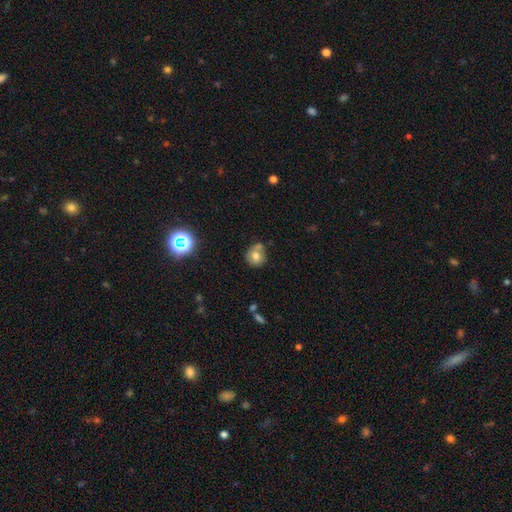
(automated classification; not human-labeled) A smooth galaxy with no disk features (70%) that is round (84%).

Vote fractions:
- Smooth or featured? smooth: 70% / featured or disk: 17% / star or artifact: 13%
- How rounded? round: 84% / in between: 15% / cigar-shaped: 1%
- Merging? none: 56% / merger: 20% / minor disturbance: 19% / major disturbance: 5%